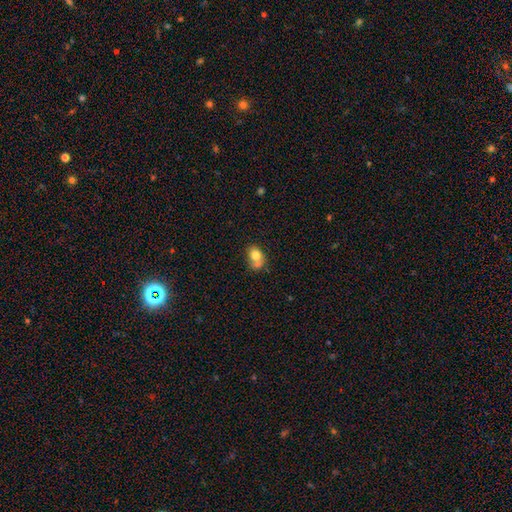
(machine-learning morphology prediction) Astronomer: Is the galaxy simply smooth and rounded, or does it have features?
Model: smooth — 77%.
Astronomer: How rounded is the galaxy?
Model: in between — 66%.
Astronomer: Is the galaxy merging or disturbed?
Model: none — 40% (runner-up: merger, 32%).